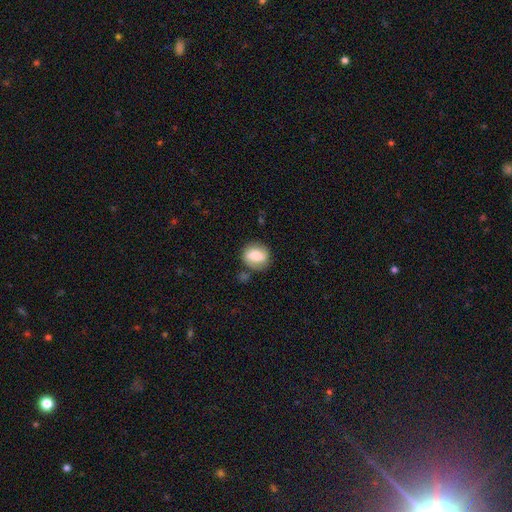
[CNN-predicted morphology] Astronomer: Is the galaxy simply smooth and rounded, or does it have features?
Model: smooth — 69%.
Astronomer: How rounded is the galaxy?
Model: round — 72%.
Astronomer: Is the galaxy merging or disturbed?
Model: none — 75%.